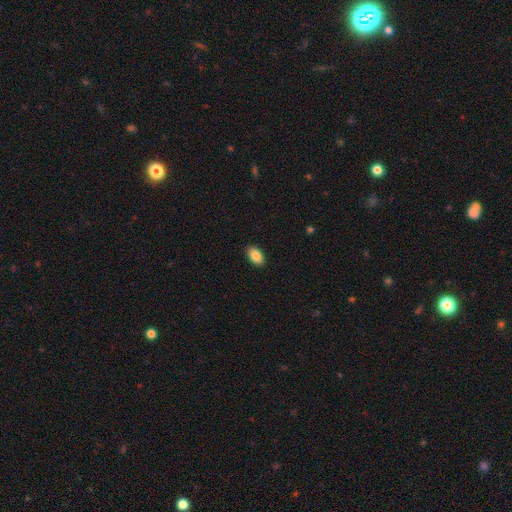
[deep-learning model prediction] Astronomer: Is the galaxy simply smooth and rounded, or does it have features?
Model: smooth — 86%.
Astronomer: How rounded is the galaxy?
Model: in between — 93%.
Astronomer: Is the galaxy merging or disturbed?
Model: none — 90%.